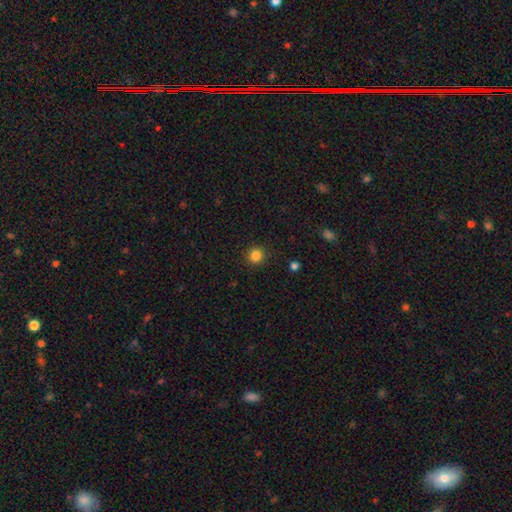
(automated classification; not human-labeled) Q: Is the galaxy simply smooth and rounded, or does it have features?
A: smooth — 84%.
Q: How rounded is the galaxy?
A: round — 94%.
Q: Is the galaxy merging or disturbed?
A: none — 91%.